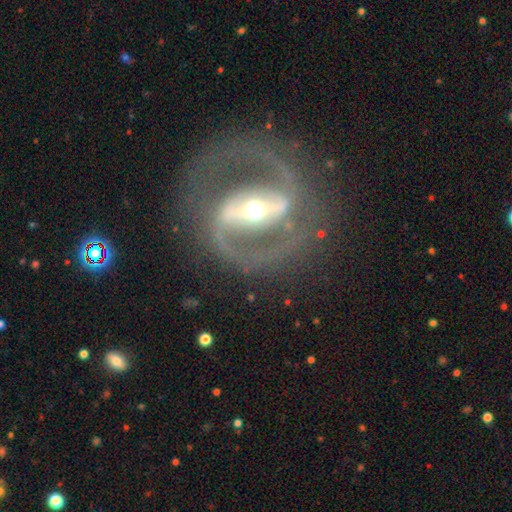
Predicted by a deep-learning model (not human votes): Morphology: type=featured or disk (89%); edge-on=no (95%); bar=strong (67%); spiral arms=yes (93%); winding=medium (54%); arm count=2 (91%); bulge=moderate (49%); merging=none (80%).